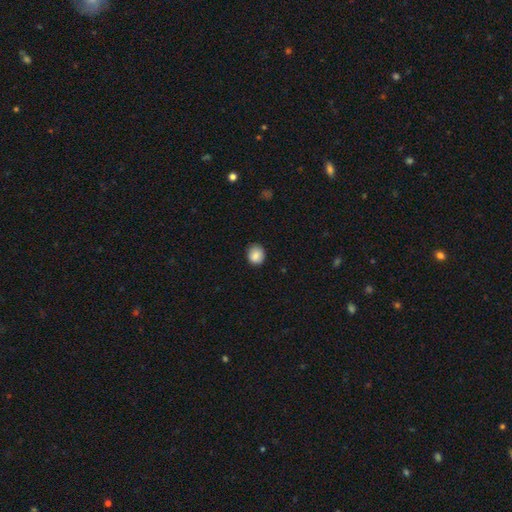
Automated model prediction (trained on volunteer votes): Morphology: type=smooth (87%); roundness=round (74%); merging=none (83%).